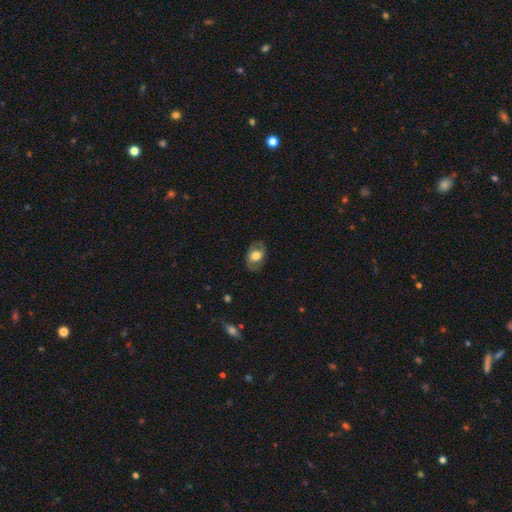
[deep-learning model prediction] This appears to be a smooth galaxy with no disk features (58%) that is in between round and cigar-shaped (81%). Merging: none (78%).